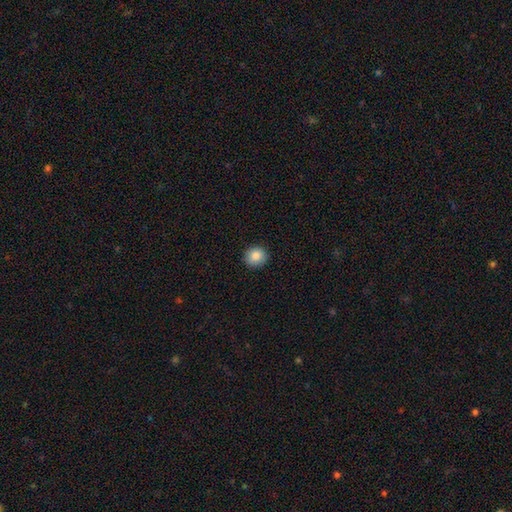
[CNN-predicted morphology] smooth_or_featured: smooth (p=0.85) [alt: star or artifact p=0.09]
how_rounded: round (p=0.91) [alt: in between p=0.08]
merging: none (p=0.92) [alt: minor disturbance p=0.06]